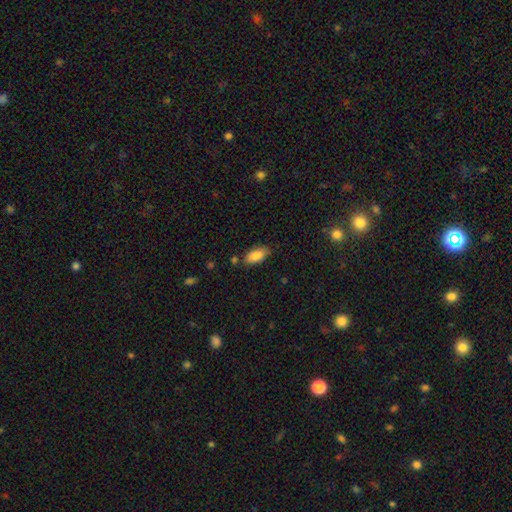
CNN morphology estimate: smooth_or_featured: smooth (p=0.86) [alt: star or artifact p=0.07]
how_rounded: in between (p=0.89) [alt: cigar-shaped p=0.08]
merging: none (p=0.76) [alt: minor disturbance p=0.17]